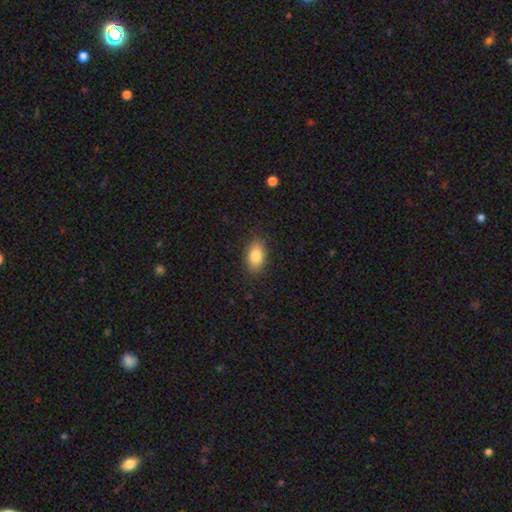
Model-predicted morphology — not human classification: A smooth galaxy with no disk features (86%) that is in between round and cigar-shaped (88%).

Vote fractions:
- Smooth or featured? smooth: 86% / star or artifact: 8% / featured or disk: 7%
- How rounded? in between: 88% / round: 10% / cigar-shaped: 2%
- Merging? none: 86% / minor disturbance: 10% / major disturbance: 3% / merger: 1%